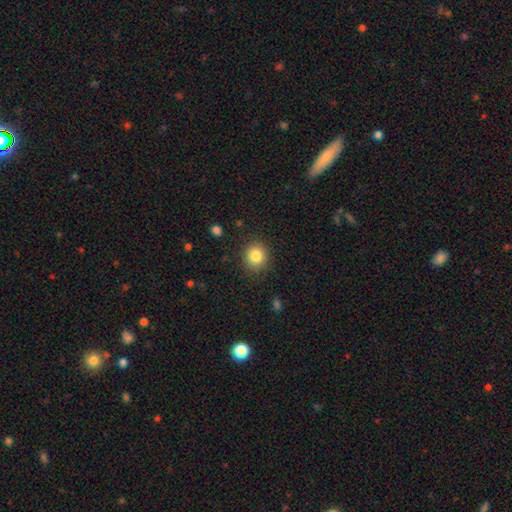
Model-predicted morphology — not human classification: smooth_or_featured: smooth (p=0.84) [alt: star or artifact p=0.10]
how_rounded: round (p=0.82) [alt: in between p=0.17]
merging: none (p=0.88) [alt: minor disturbance p=0.08]